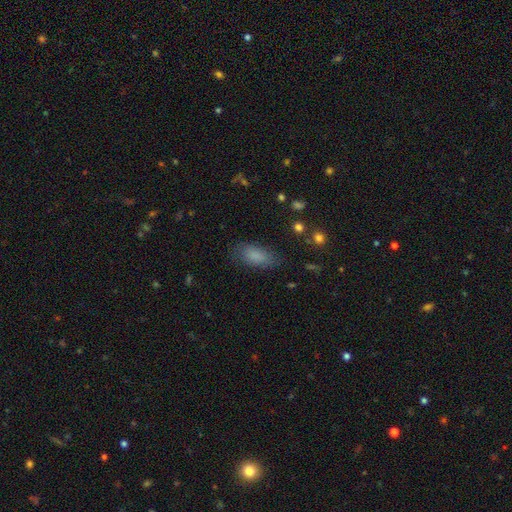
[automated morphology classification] smooth-or-featured: smooth: 83% | star or artifact: 9% | featured or disk: 8%
  how-rounded: in between: 84% | cigar-shaped: 13% | round: 3%
  merging: none: 77% | minor disturbance: 17% | major disturbance: 5% | merger: 2%